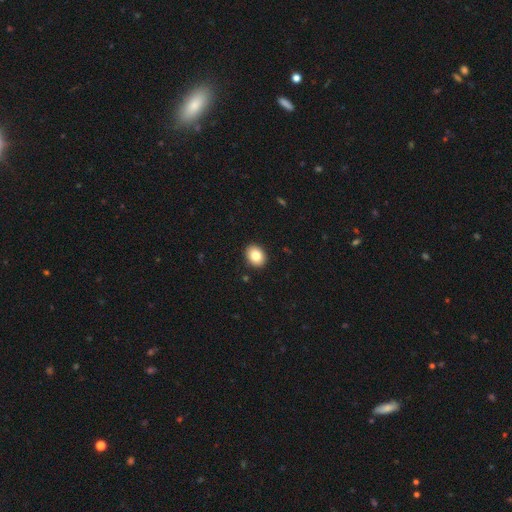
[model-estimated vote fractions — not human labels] Morphology: type=smooth (84%); roundness=in between (52%); merging=none (91%).